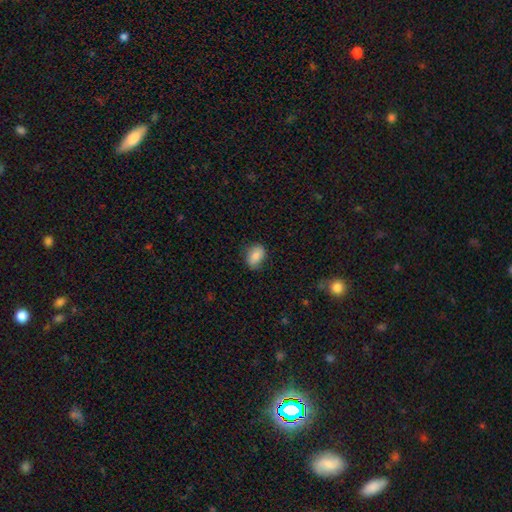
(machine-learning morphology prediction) Smooth or featured: smooth — 83% (featured or disk — 10%)
How rounded: in between — 79% (round — 20%)
Merging: none — 76% (minor disturbance — 19%)